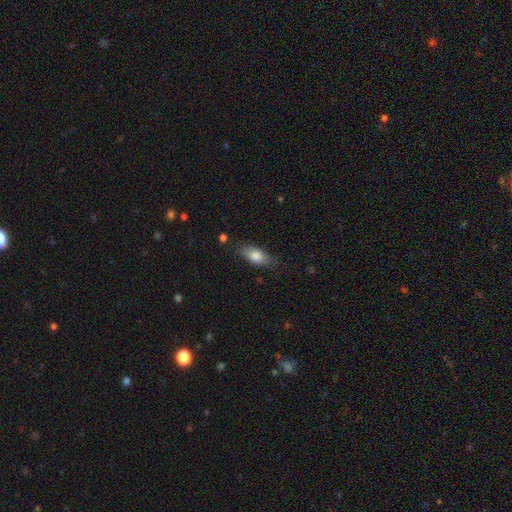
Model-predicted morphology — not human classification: This is likely a smooth galaxy (79%). How rounded: clearly in between (83%). Merging: likely none (74%).